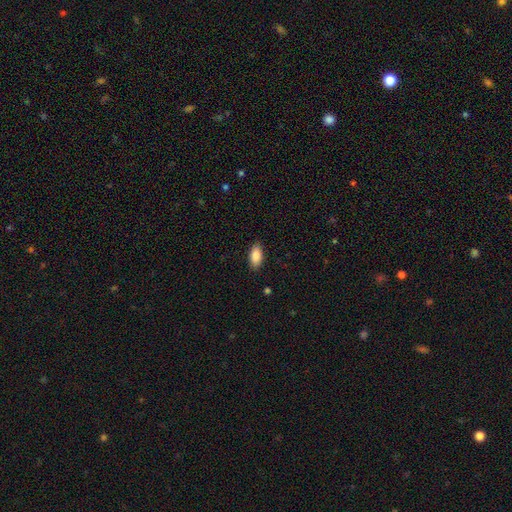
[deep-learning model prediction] smooth 87%, star or artifact 7%, featured or disk 6%. Down the decision tree: how rounded — in between (91%); merging — none (87%).